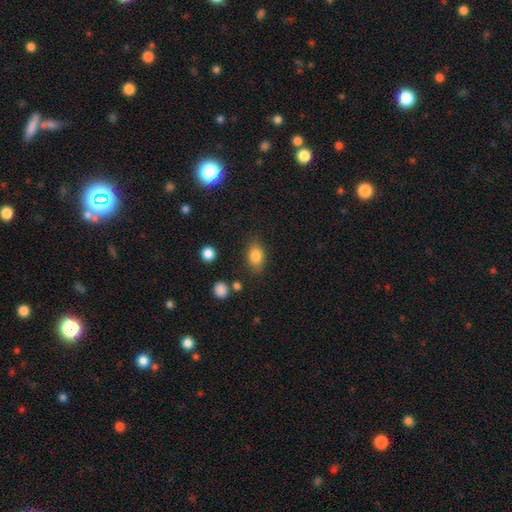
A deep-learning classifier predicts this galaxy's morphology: A smooth galaxy with no disk features (83%) that is in between round and cigar-shaped (79%).

Vote fractions:
- Smooth or featured? smooth: 83% / star or artifact: 9% / featured or disk: 7%
- How rounded? in between: 79% / round: 19% / cigar-shaped: 2%
- Merging? none: 80% / minor disturbance: 13% / major disturbance: 4% / merger: 3%